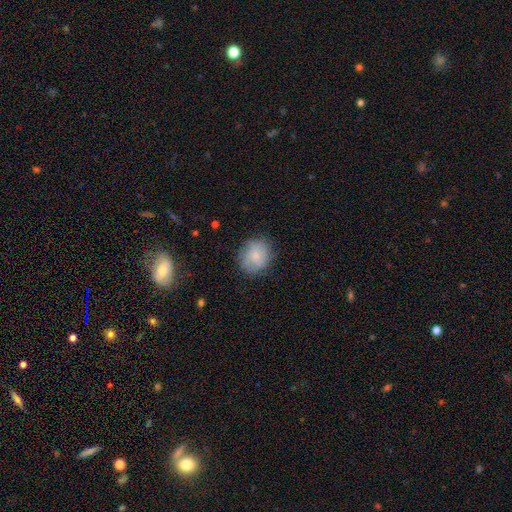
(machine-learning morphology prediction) smooth-or-featured: smooth: 65% | featured or disk: 27% | star or artifact: 8%
  how-rounded: round: 75% | in between: 24% | cigar-shaped: 1%
  merging: none: 76% | minor disturbance: 17% | major disturbance: 6% | merger: 1%